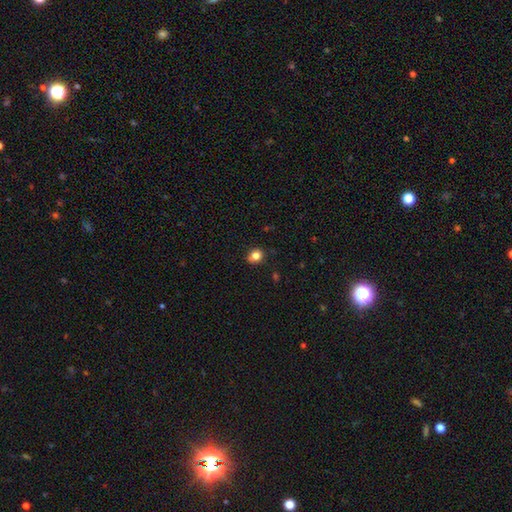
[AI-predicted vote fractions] smooth 82%, star or artifact 11%, featured or disk 7%. Down the decision tree: how rounded — round (72%); merging — none (82%).